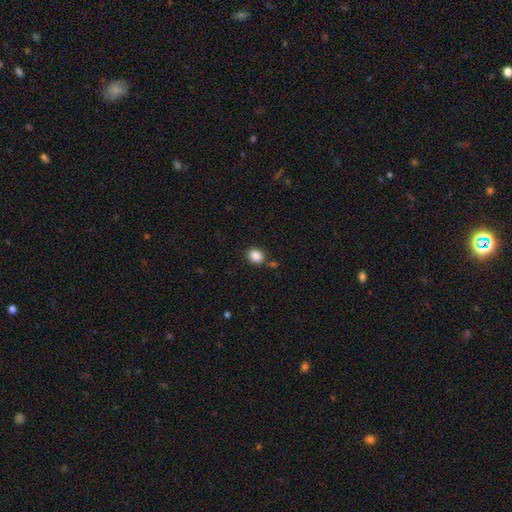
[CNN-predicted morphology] Overall: smooth (86%). How rounded: round (59%; in between 40%). Merging: none (81%).